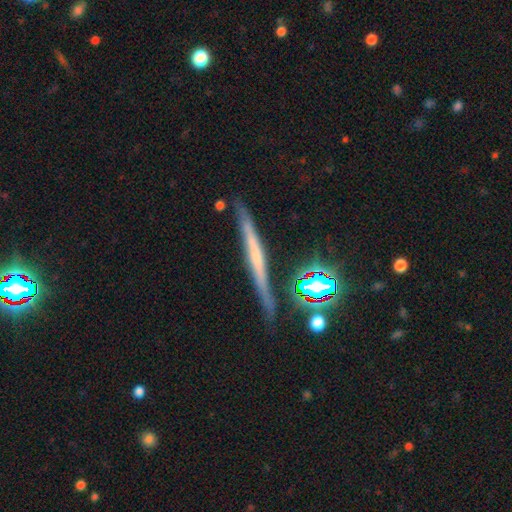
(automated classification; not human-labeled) smooth_or_featured: featured or disk (p=0.58) [alt: smooth p=0.28]
disk_edge_on: yes (p=0.94) [alt: no p=0.06]
edge_on_bulge: none (p=0.69) [alt: rounded p=0.20]
merging: none (p=0.81) [alt: minor disturbance p=0.13]